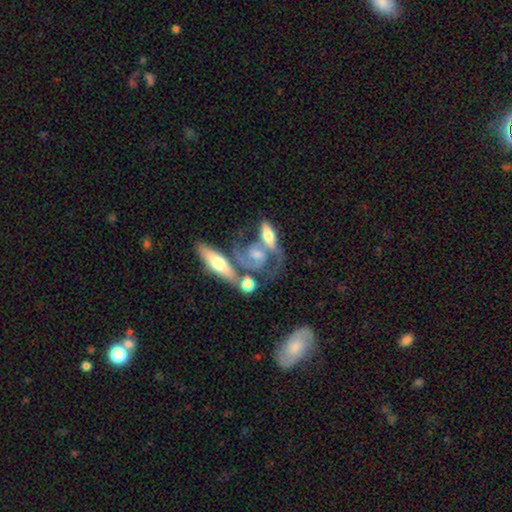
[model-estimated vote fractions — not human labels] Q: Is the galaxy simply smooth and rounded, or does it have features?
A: featured or disk — 65%.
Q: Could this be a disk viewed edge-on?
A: no — 60%.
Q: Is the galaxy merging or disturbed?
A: merger — 46%.